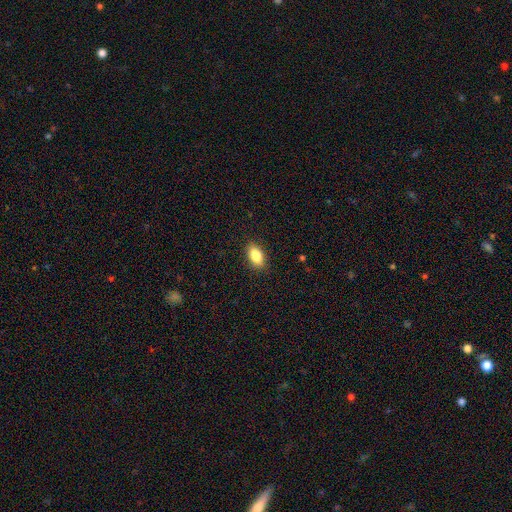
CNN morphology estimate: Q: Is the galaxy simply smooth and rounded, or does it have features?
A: smooth — 86%.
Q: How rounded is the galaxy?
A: in between — 90%.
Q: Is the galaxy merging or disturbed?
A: none — 88%.